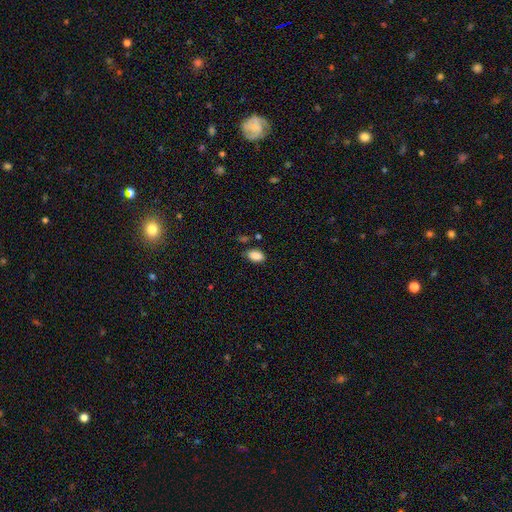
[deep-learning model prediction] Smooth or featured: smooth — 88% (star or artifact — 8%)
How rounded: in between — 91% (round — 7%)
Merging: none — 75% (minor disturbance — 18%)